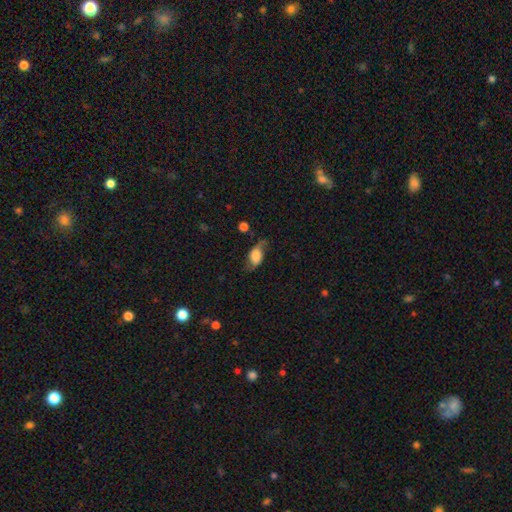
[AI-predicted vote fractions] Overall: smooth (53%; featured or disk 37%). How rounded: in between (84%). Merging: none (56%; minor disturbance 27%).